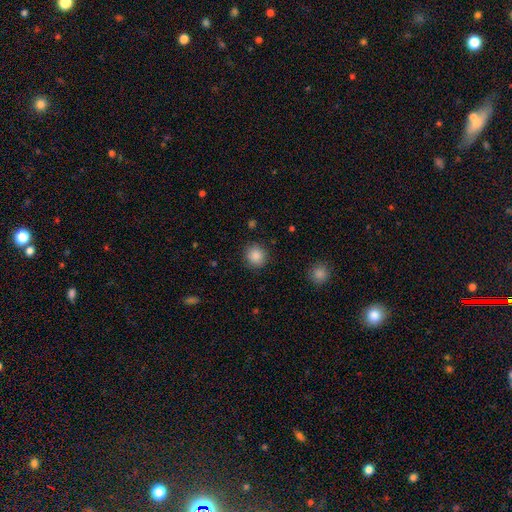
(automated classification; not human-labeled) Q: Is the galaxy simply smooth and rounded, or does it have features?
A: smooth — 88%.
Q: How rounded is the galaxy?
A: round — 89%.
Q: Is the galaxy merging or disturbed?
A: none — 89%.